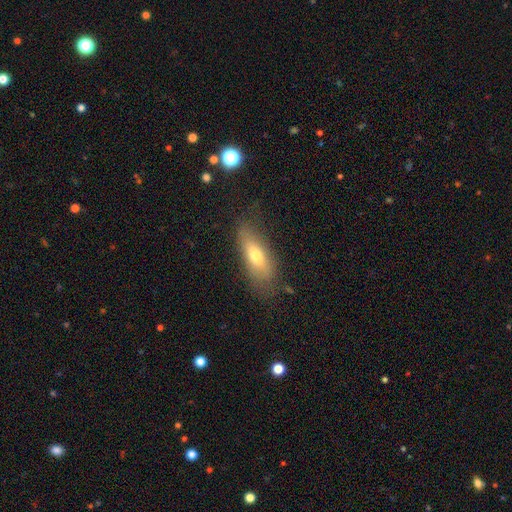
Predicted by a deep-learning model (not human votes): This appears to be a smooth galaxy with no disk features (64%) that is in between round and cigar-shaped (65%). Merging: none (66%).